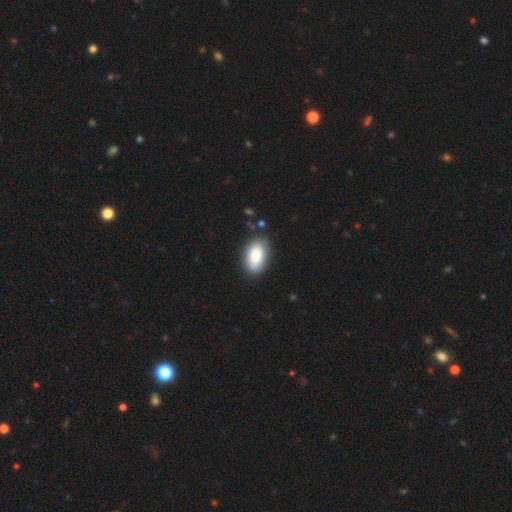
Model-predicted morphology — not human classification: Smooth or featured?
  - smooth: 84% *
  - featured or disk: 9%
  - star or artifact: 7%
How rounded?
  - in between: 93% *
  - round: 5%
  - cigar-shaped: 2%
Merging?
  - none: 82% *
  - minor disturbance: 13%
  - major disturbance: 3%
  - merger: 2%